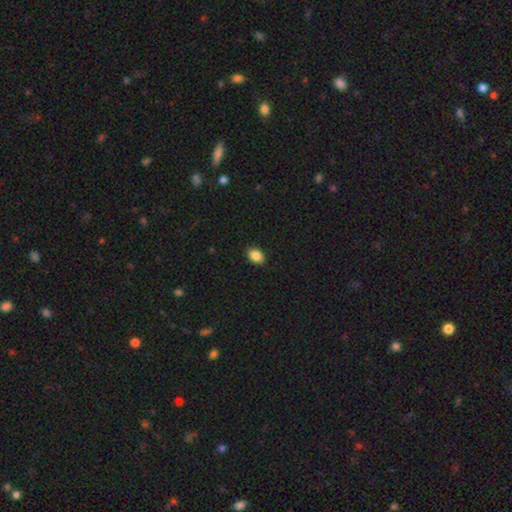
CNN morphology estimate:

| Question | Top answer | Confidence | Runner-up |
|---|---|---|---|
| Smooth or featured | smooth | 88% | star or artifact (9%) |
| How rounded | in between | 78% | round (21%) |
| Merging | none | 90% | minor disturbance (8%) |